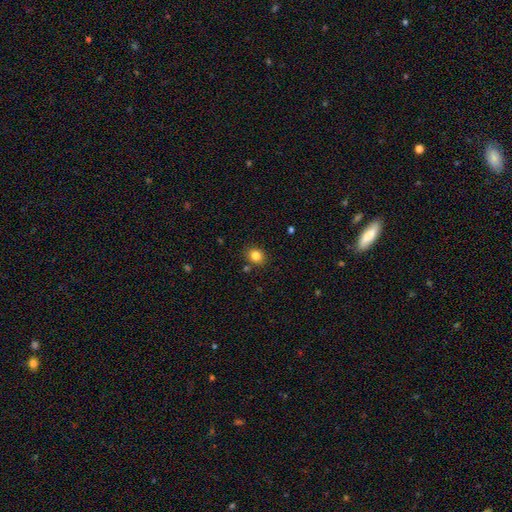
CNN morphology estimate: Q: Smooth or featured?
A: smooth (83%); runner-up: star or artifact (11%)
Q: How rounded?
A: round (69%); runner-up: in between (30%)
Q: Merging?
A: none (83%); runner-up: minor disturbance (10%)